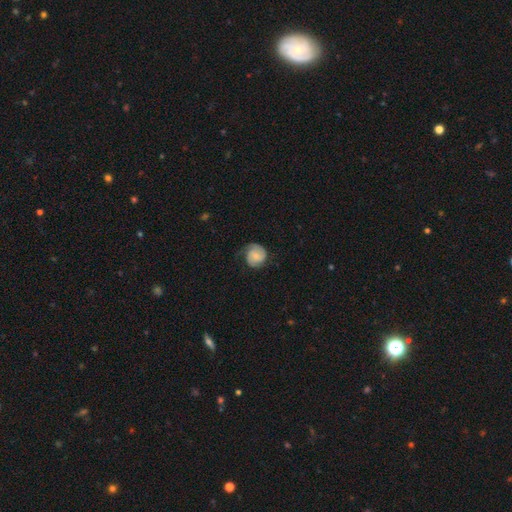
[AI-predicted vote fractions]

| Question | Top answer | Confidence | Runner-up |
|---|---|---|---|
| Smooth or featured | featured or disk | 59% | smooth (35%) |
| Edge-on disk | no | 98% | yes (2%) |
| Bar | no | 69% | weak (27%) |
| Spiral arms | yes | 91% | no (9%) |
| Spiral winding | tight | 52% | medium (34%) |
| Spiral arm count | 2 | 57% | 1 (18%) |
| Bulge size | small | 60% | moderate (27%) |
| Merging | none | 61% | minor disturbance (25%) |